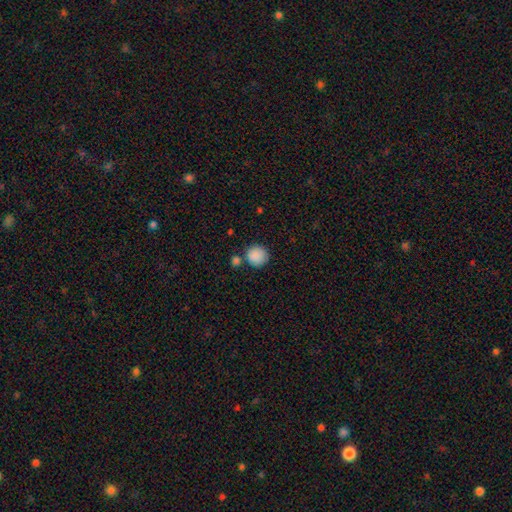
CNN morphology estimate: Smooth or featured: smooth — 88% (star or artifact — 8%)
How rounded: round — 92% (in between — 7%)
Merging: none — 75% (merger — 11%)